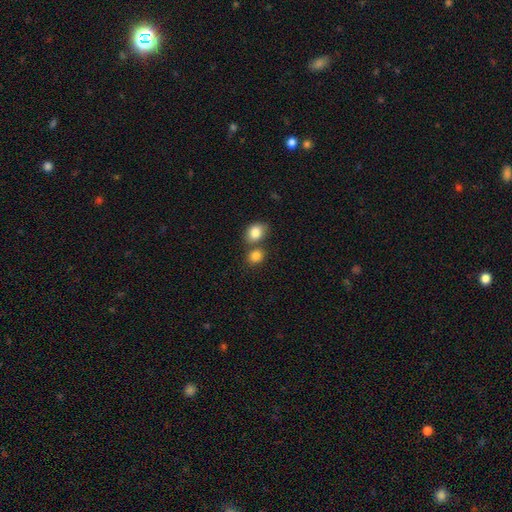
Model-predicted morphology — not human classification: smooth-or-featured: smooth: 84% | star or artifact: 10% | featured or disk: 6%
  how-rounded: round: 65% | in between: 34% | cigar-shaped: 1%
  merging: none: 52% | merger: 36% | minor disturbance: 8% | major disturbance: 3%